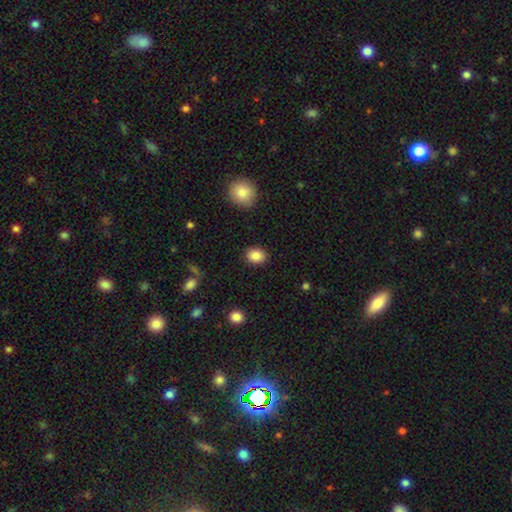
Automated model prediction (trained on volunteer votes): smooth 87%, star or artifact 9%, featured or disk 4%. Down the decision tree: how rounded — round (55%); merging — none (90%).